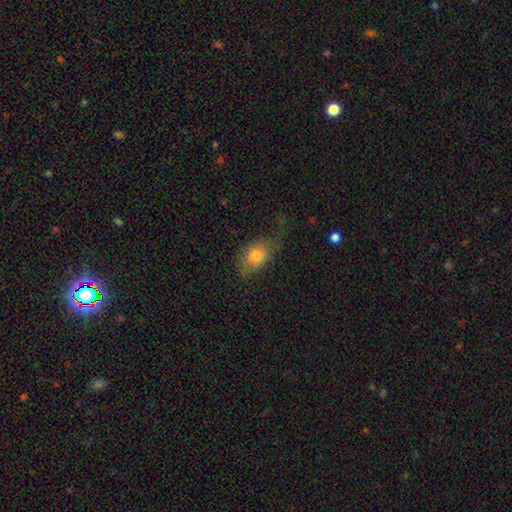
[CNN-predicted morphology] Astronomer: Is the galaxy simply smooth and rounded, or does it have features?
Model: smooth — 75%.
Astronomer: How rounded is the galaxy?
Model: in between — 73%.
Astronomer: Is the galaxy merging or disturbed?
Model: none — 43% (runner-up: minor disturbance, 29%).